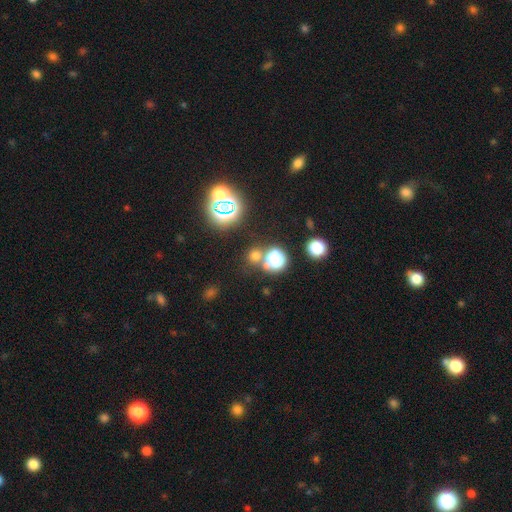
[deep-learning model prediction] Smooth or featured: smooth — 57% (star or artifact — 36%)
How rounded: round — 88% (in between — 11%)
Merging: none — 72% (merger — 17%)